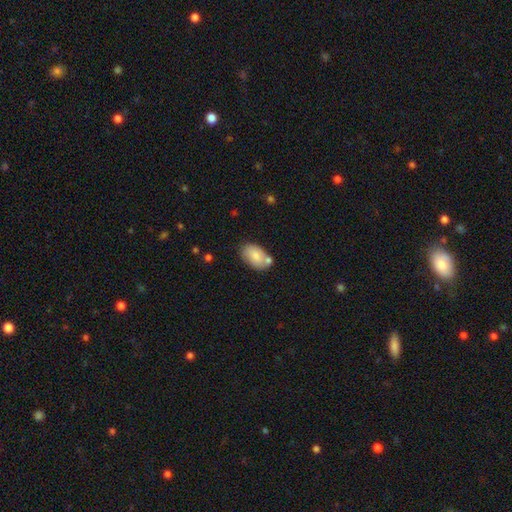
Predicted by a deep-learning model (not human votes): smooth-or-featured: smooth: 79% | featured or disk: 14% | star or artifact: 7%
  how-rounded: in between: 92% | round: 6% | cigar-shaped: 1%
  merging: none: 64% | minor disturbance: 17% | merger: 15% | major disturbance: 4%